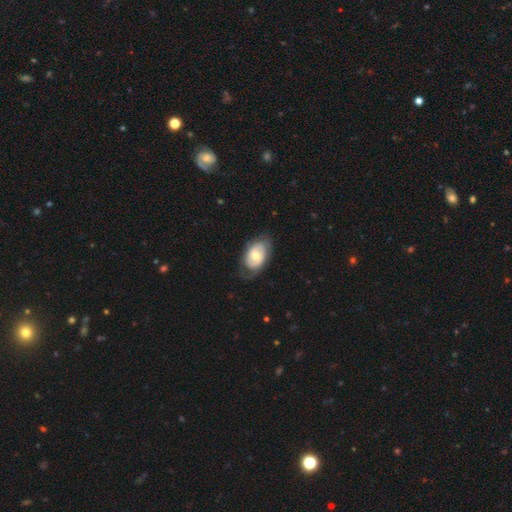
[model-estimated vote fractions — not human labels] featured or disk 52%, smooth 42%, star or artifact 6%. Down the decision tree: edge-on disk — no (94%); merging — none (65%).